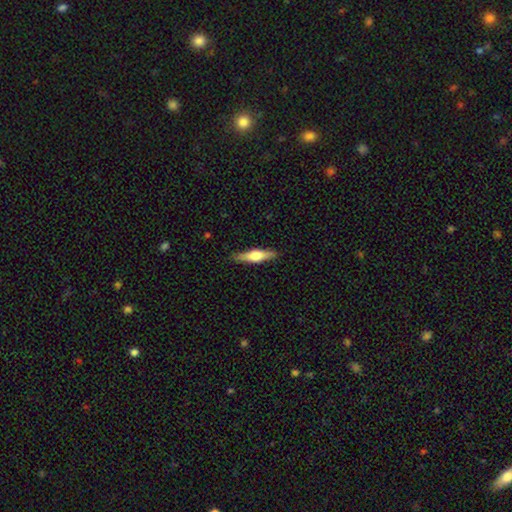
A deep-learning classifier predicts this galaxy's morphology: This is possibly a featured or disk galaxy (53%). It is clearly viewed edge-on (95%). Edge-on bulge: clearly rounded (88%). Merging: clearly none (88%).